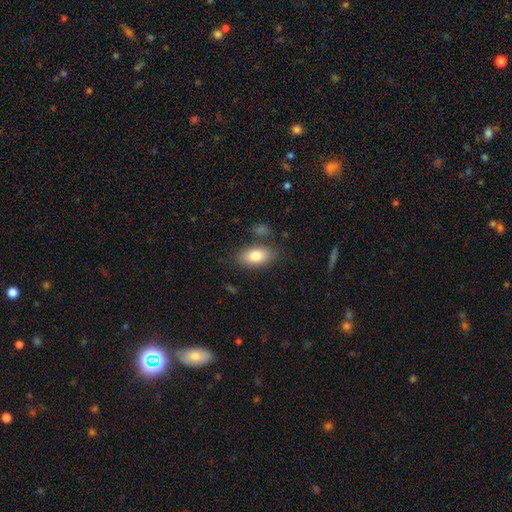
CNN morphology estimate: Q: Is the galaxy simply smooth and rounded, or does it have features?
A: smooth — 82%.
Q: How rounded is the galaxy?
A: in between — 91%.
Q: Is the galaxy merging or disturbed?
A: none — 77%.